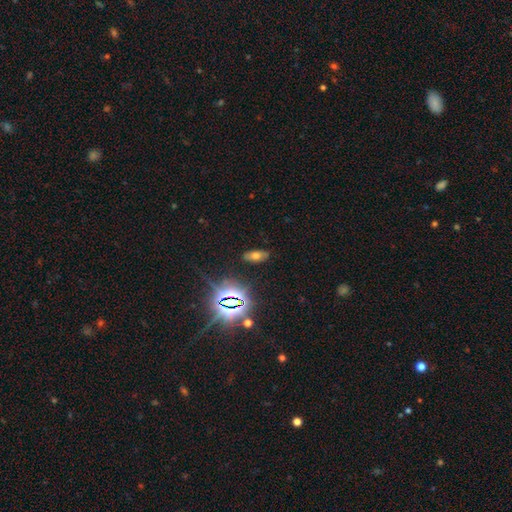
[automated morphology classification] Smooth or featured?
  - smooth: 52% *
  - star or artifact: 31%
  - featured or disk: 17%
How rounded?
  - in between: 85% *
  - cigar-shaped: 10%
  - round: 5%
Merging?
  - none: 86% *
  - minor disturbance: 10%
  - major disturbance: 3%
  - merger: 2%